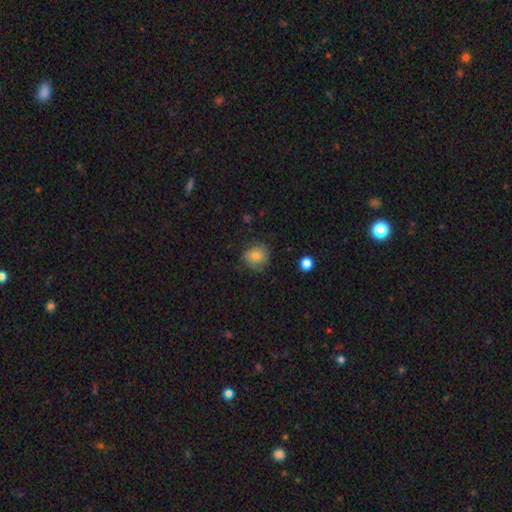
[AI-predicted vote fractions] This is likely a smooth galaxy (79%). How rounded: likely round (77%). Merging: likely none (71%).